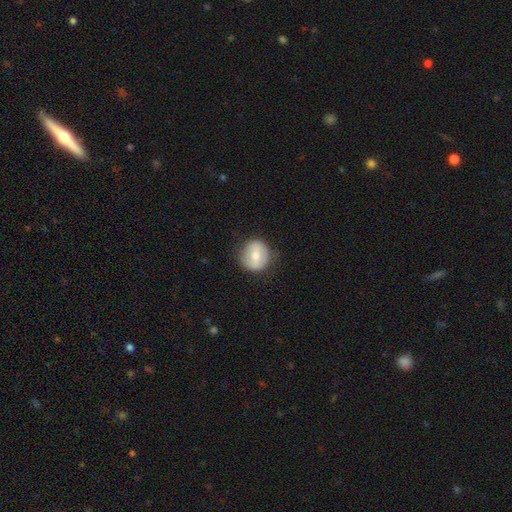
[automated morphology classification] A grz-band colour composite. It shows a smooth galaxy with no disk features (60%) that is round (90%). Merging: none (84%).